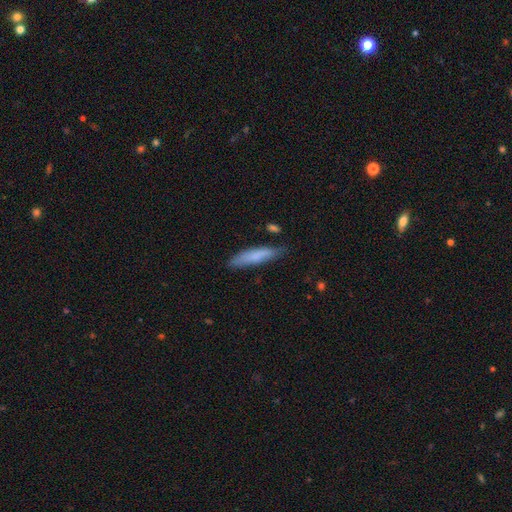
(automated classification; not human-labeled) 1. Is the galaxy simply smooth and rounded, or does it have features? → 76% smooth, 18% featured or disk, 6% star or artifact.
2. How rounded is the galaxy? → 85% cigar-shaped, 14% in between, 1% round.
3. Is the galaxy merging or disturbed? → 77% none, 18% minor disturbance, 3% major disturbance, 3% merger.